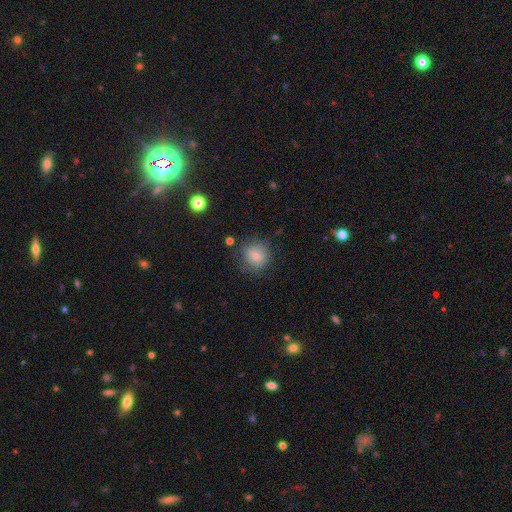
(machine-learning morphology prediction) A smooth galaxy with no disk features (76%) that is round (87%). Merging: none (76%).